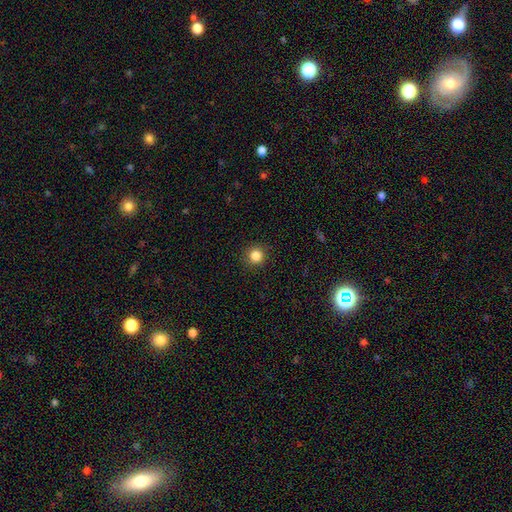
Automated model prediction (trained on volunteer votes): A smooth galaxy with no disk features (85%) that is round (94%).

Vote fractions:
- Smooth or featured? smooth: 85% / star or artifact: 11% / featured or disk: 4%
- How rounded? round: 94% / in between: 5% / cigar-shaped: 1%
- Merging? none: 91% / minor disturbance: 6% / major disturbance: 2% / merger: 1%